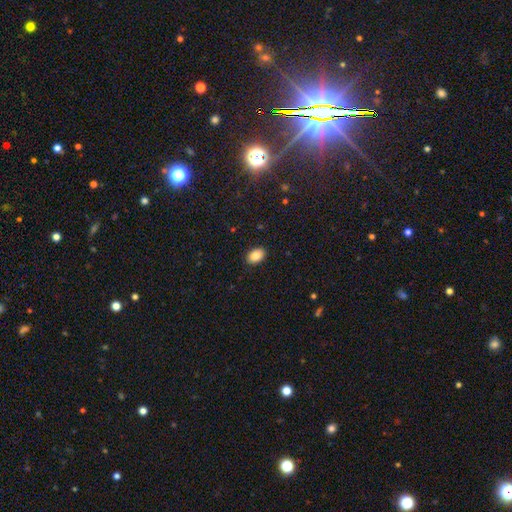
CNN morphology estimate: Smooth or featured? Predicted: smooth (p=0.87). How rounded? Predicted: in between (p=0.87). Merging? Predicted: none (p=0.89).